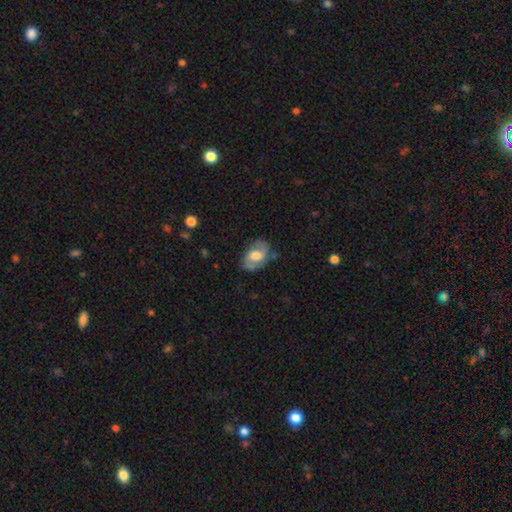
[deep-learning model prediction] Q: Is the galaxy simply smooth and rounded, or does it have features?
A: featured or disk — 57%.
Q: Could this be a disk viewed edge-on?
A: no — 95%.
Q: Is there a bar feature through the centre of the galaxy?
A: weak — 45%.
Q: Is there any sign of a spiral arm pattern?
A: yes — 81%.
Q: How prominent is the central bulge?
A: moderate — 51%.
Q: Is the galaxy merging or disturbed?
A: none — 71%.